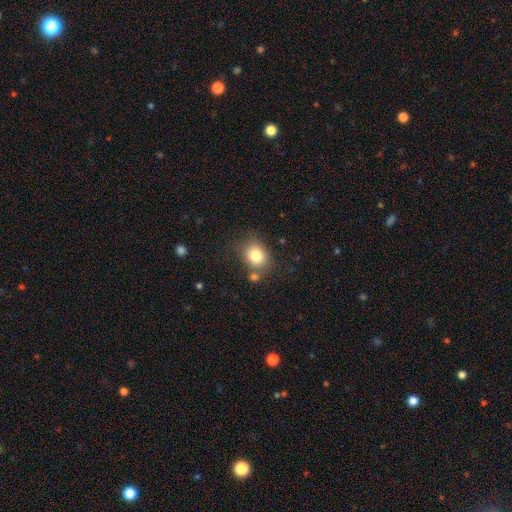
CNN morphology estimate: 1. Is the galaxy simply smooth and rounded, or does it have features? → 80% smooth, 10% star or artifact, 10% featured or disk.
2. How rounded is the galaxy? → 60% round, 39% in between, 1% cigar-shaped.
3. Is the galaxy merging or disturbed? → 65% none, 16% minor disturbance, 13% merger, 6% major disturbance.